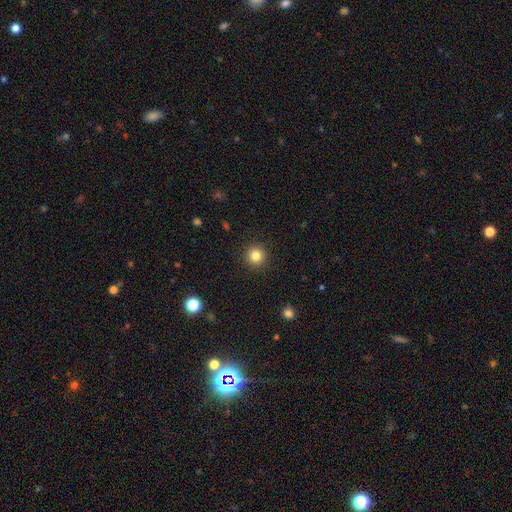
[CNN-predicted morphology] This is clearly a smooth galaxy (83%). How rounded: clearly round (95%). Merging: clearly none (92%).